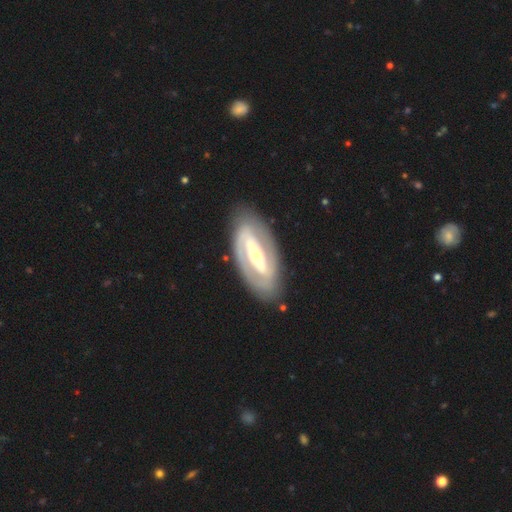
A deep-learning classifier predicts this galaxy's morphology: Smooth or featured? Predicted: featured or disk (p=0.80). Edge-on disk? Predicted: no (p=0.89). Bar? Predicted: strong (p=0.64). Spiral arms? Predicted: yes (p=0.70). Spiral winding? Predicted: tight (p=0.49). Spiral arm count? Predicted: 2 (p=0.79). Bulge size? Predicted: moderate (p=0.60). Merging? Predicted: none (p=0.84).